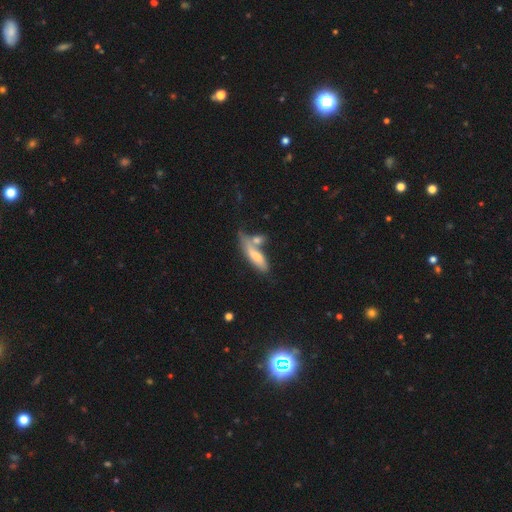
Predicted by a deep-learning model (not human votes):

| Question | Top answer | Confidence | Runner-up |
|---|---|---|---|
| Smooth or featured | smooth | 65% | featured or disk (28%) |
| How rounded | cigar-shaped | 54% | in between (44%) |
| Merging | none | 38% | merger (37%) |